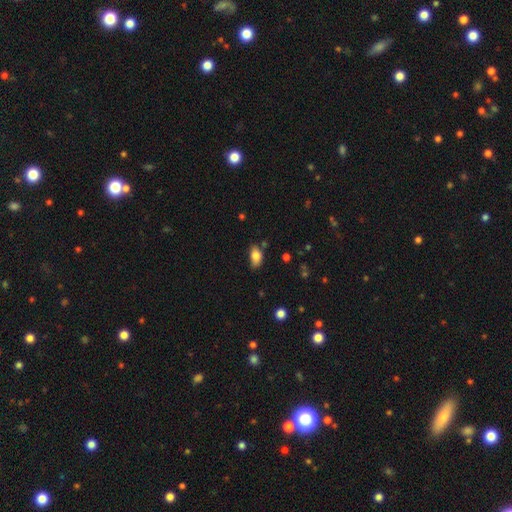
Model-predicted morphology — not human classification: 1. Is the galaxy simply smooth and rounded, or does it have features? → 83% smooth, 9% featured or disk, 9% star or artifact.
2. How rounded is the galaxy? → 88% in between, 9% round, 3% cigar-shaped.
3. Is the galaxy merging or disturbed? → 57% none, 33% minor disturbance, 7% major disturbance, 4% merger.